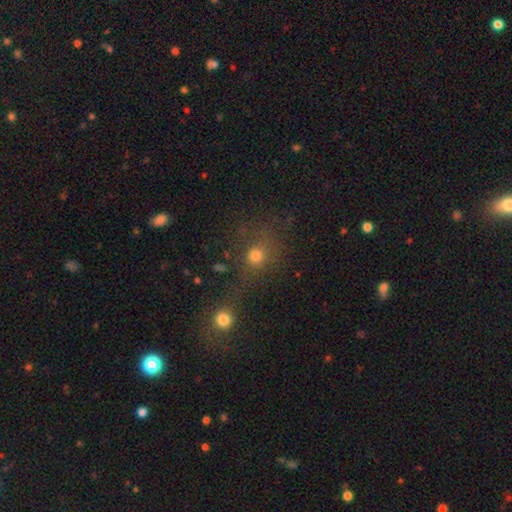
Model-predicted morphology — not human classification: smooth-or-featured: smooth: 69% | star or artifact: 21% | featured or disk: 10%
  how-rounded: round: 79% | in between: 19% | cigar-shaped: 2%
  merging: none: 54% | merger: 25% | minor disturbance: 11% | major disturbance: 10%